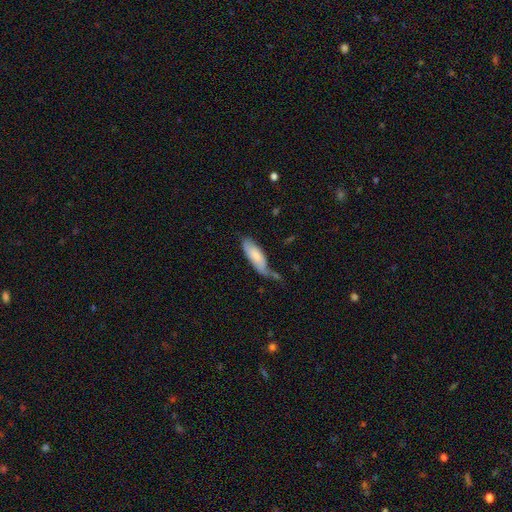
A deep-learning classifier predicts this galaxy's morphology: A smooth galaxy with no disk features (78%) that is in between round and cigar-shaped (63%). Merging: none (42%).